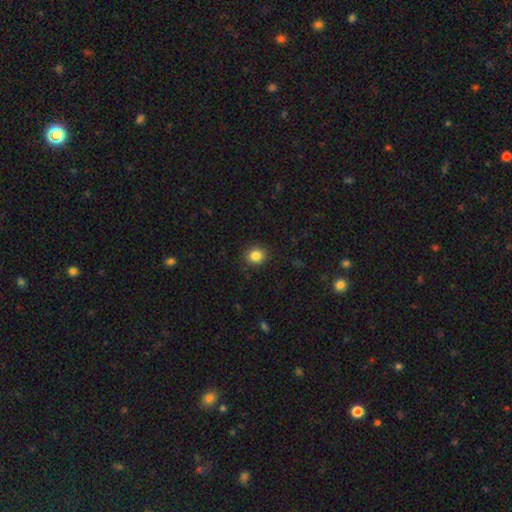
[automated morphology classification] Overall: smooth (85%). How rounded: round (80%). Merging: none (89%).